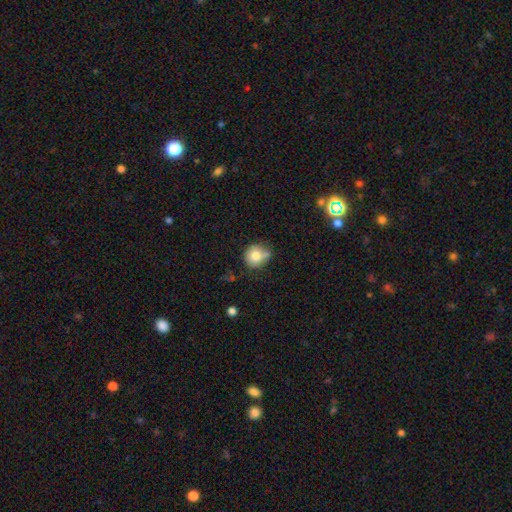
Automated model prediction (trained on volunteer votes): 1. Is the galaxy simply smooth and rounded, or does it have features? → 78% smooth, 12% featured or disk, 10% star or artifact.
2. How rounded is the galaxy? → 84% round, 15% in between, 1% cigar-shaped.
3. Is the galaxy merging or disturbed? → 57% none, 22% minor disturbance, 15% merger, 5% major disturbance.